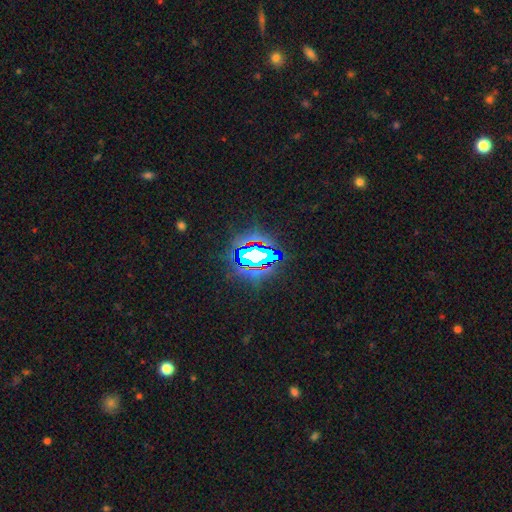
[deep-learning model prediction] Smooth or featured?
  - star or artifact: 70% *
  - smooth: 17%
  - featured or disk: 13%